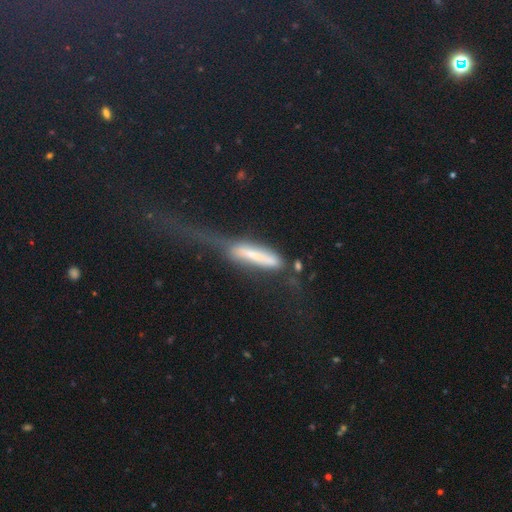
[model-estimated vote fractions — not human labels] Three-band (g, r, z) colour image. It shows a smooth galaxy with no disk features (51%) that is cigar-shaped (78%). Merging: major disturbance (55%).